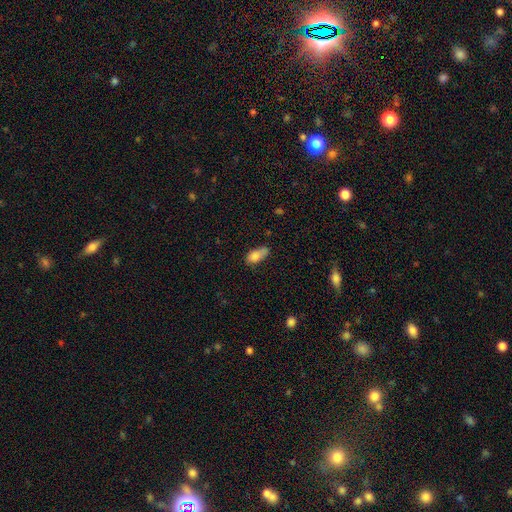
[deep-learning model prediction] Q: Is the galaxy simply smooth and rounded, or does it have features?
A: smooth — 79%.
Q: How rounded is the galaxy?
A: in between — 84%.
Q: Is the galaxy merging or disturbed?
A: none — 42%.